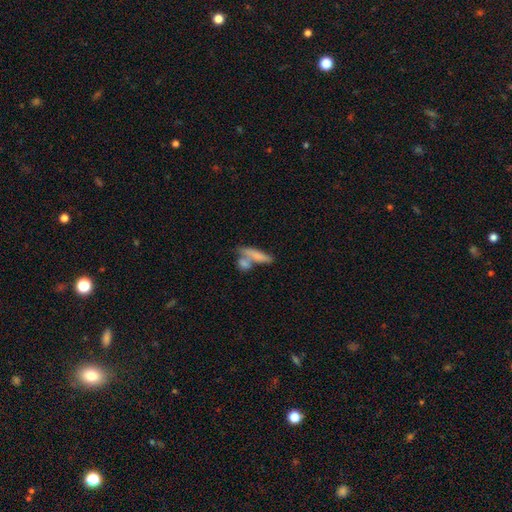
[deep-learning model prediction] Q: Smooth or featured?
A: smooth (67%); runner-up: featured or disk (25%)
Q: How rounded?
A: cigar-shaped (63%); runner-up: in between (32%)
Q: Merging?
A: merger (47%); runner-up: none (37%)